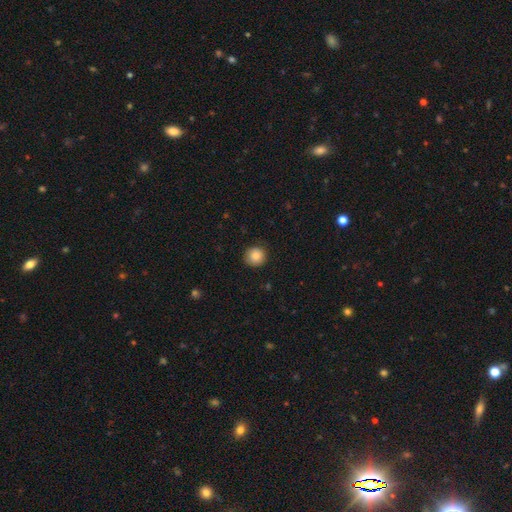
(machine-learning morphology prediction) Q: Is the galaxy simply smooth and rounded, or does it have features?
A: smooth — 84%.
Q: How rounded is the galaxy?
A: round — 93%.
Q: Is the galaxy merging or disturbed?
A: none — 89%.